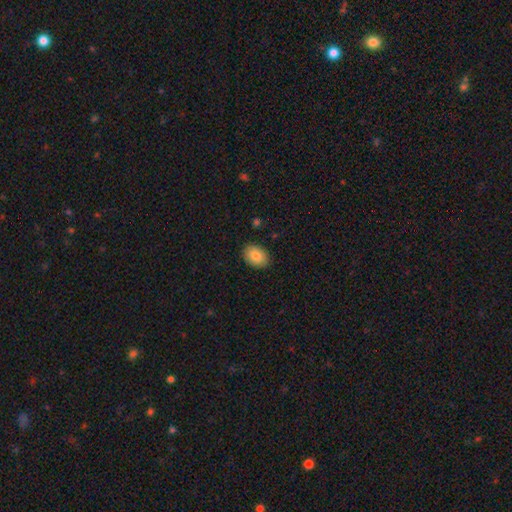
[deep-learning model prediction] Smooth or featured? Predicted: smooth (p=0.86). How rounded? Predicted: in between (p=0.78). Merging? Predicted: none (p=0.87).